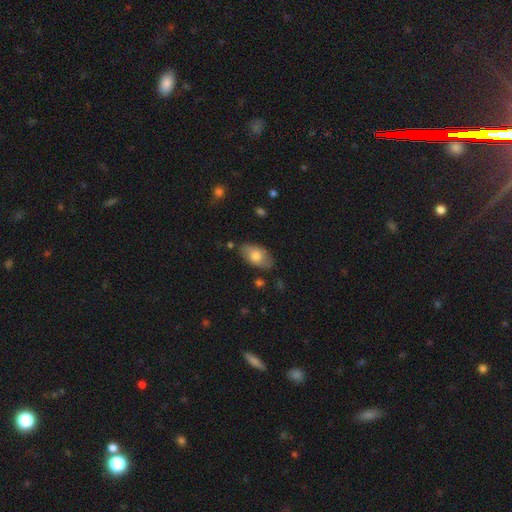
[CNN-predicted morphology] smooth_or_featured: smooth (p=0.73) [alt: featured or disk p=0.20]
how_rounded: in between (p=0.93) [alt: round p=0.04]
merging: none (p=0.78) [alt: minor disturbance p=0.16]